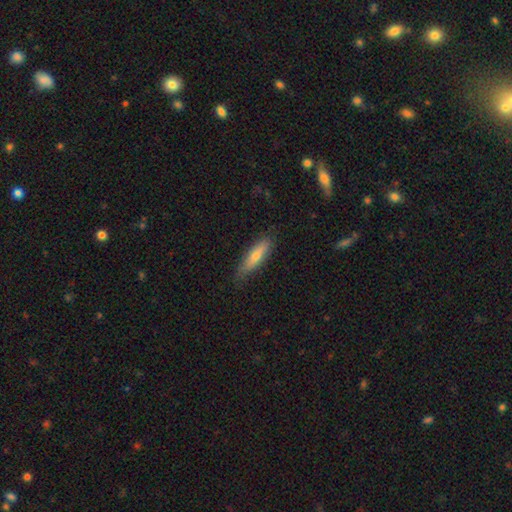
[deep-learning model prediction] The model was most divided on "smooth or featured": smooth: 66%, featured or disk: 27%, star or artifact: 6%. More confident: merging — none (79%); how rounded — cigar-shaped (71%).